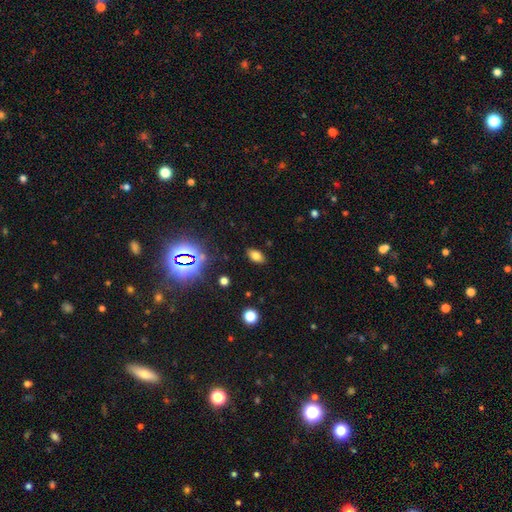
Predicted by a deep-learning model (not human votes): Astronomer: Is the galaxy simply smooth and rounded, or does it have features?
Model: smooth — 74%.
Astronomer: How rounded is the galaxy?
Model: in between — 90%.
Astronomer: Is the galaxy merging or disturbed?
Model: none — 86%.